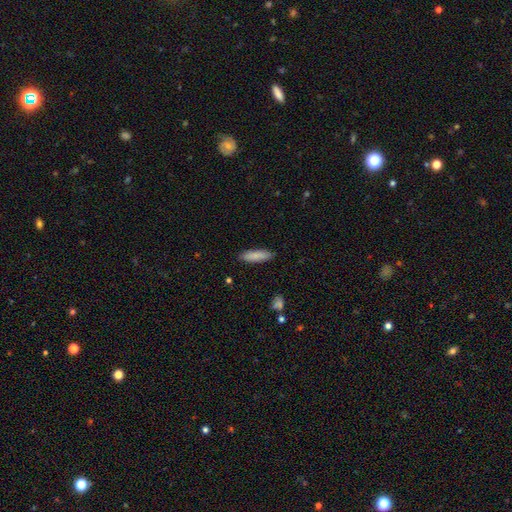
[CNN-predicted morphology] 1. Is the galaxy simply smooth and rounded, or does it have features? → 84% smooth, 10% featured or disk, 6% star or artifact.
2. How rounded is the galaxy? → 56% cigar-shaped, 43% in between, 2% round.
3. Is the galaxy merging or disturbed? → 88% none, 9% minor disturbance, 2% major disturbance, 1% merger.